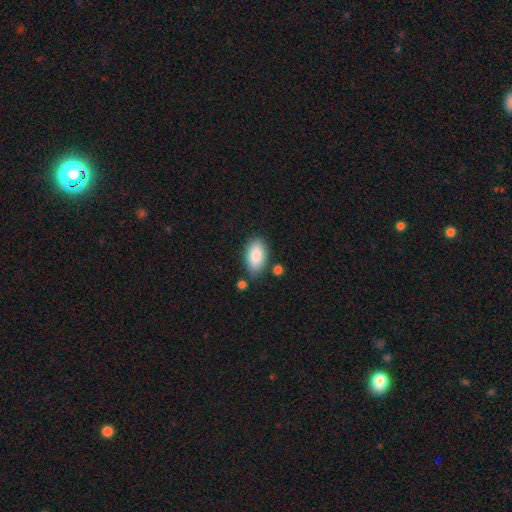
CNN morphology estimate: smooth 86%, featured or disk 8%, star or artifact 6%. Down the decision tree: how rounded — in between (94%); merging — none (75%).